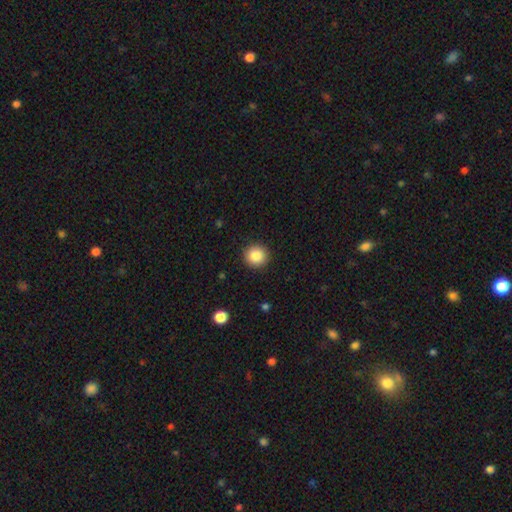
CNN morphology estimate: This appears to be a smooth galaxy with no disk features (86%) that is round (91%). Merging: none (92%).